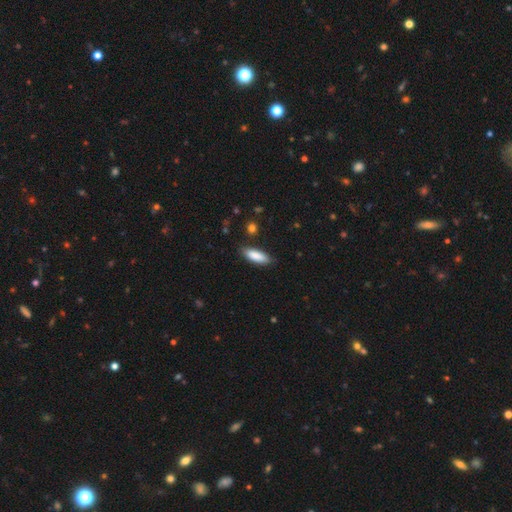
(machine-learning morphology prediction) smooth 86%, featured or disk 8%, star or artifact 6%. Down the decision tree: how rounded — in between (62%); merging — none (84%).